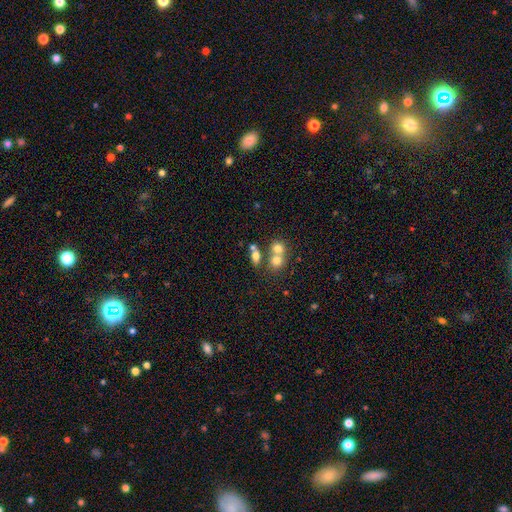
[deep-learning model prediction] Morphology: type=smooth (70%); roundness=in between (62%); merging=merger (46%).